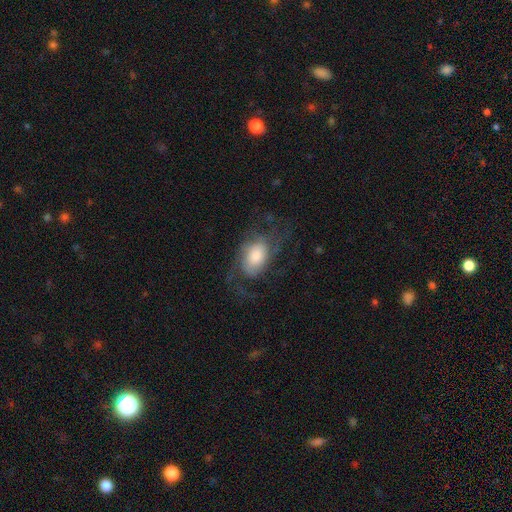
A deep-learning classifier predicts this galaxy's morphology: Smooth or featured: featured or disk — 63% (smooth — 28%)
Edge-on disk: no — 96% (yes — 4%)
Bar: no — 71% (weak — 25%)
Spiral arms: yes — 87% (no — 13%)
Spiral winding: medium — 44% (loose — 34%)
Spiral arm count: 2 — 42% (can't tell — 26%)
Bulge size: large — 41% (moderate — 35%)
Merging: none — 54% (major disturbance — 26%)